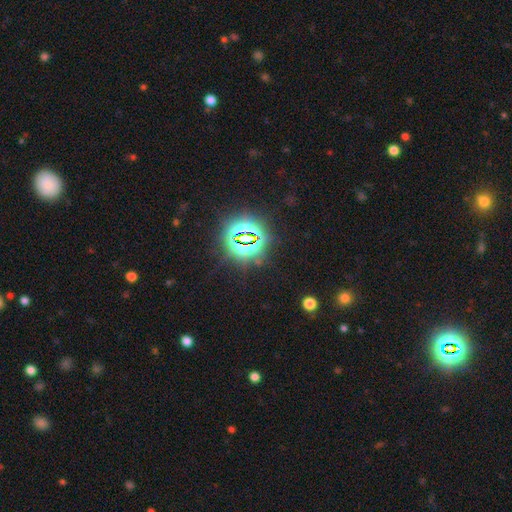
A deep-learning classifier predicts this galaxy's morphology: A star or artifact, not a galaxy (81%).